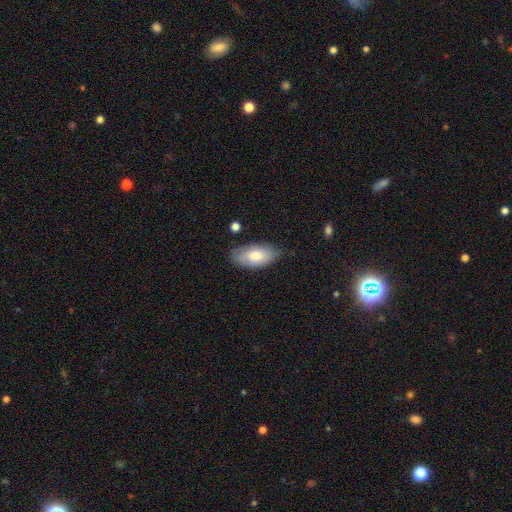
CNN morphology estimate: smooth_or_featured: smooth (p=0.75) [alt: featured or disk p=0.19]
how_rounded: in between (p=0.93) [alt: cigar-shaped p=0.04]
merging: none (p=0.76) [alt: minor disturbance p=0.19]